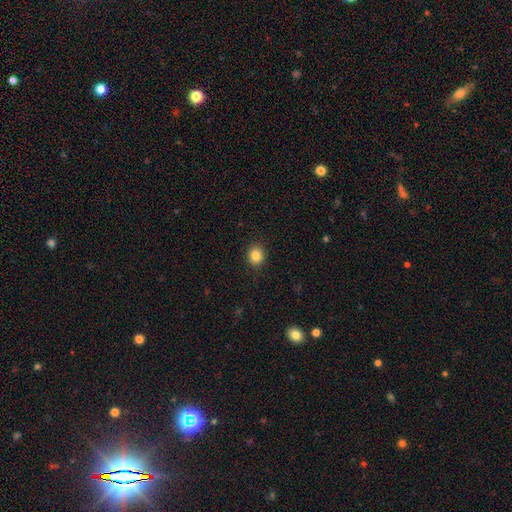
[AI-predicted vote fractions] A smooth galaxy with no disk features (85%) that is round (79%).

Vote fractions:
- Smooth or featured? smooth: 85% / star or artifact: 11% / featured or disk: 5%
- How rounded? round: 79% / in between: 20% / cigar-shaped: 1%
- Merging? none: 91% / minor disturbance: 6% / major disturbance: 2% / merger: 1%